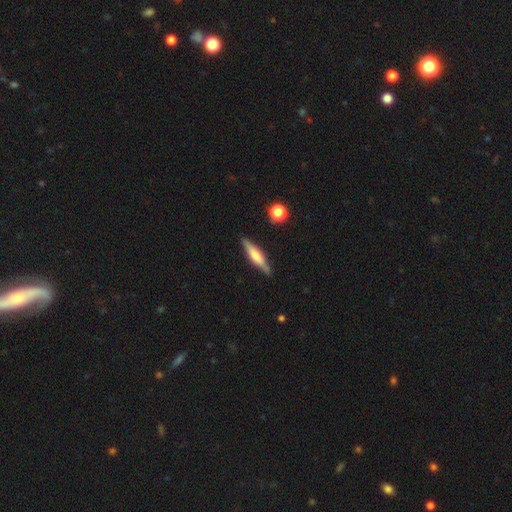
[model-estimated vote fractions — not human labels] Q: Smooth or featured?
A: featured or disk (52%); runner-up: smooth (42%)
Q: Edge-on disk?
A: yes (95%); runner-up: no (5%)
Q: Merging?
A: none (86%); runner-up: minor disturbance (10%)